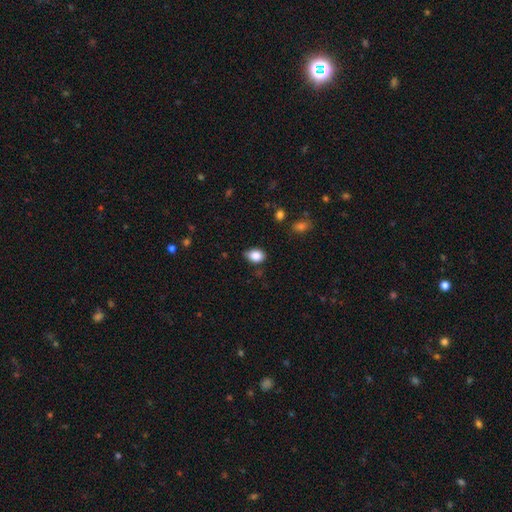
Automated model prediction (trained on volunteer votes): Overall: smooth (87%). How rounded: in between (74%). Merging: none (68%).